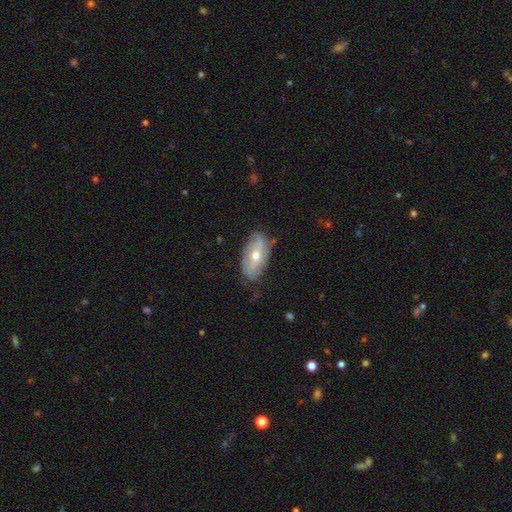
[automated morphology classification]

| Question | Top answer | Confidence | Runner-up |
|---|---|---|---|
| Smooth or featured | featured or disk | 49% | smooth (44%) |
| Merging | none | 70% | minor disturbance (23%) |